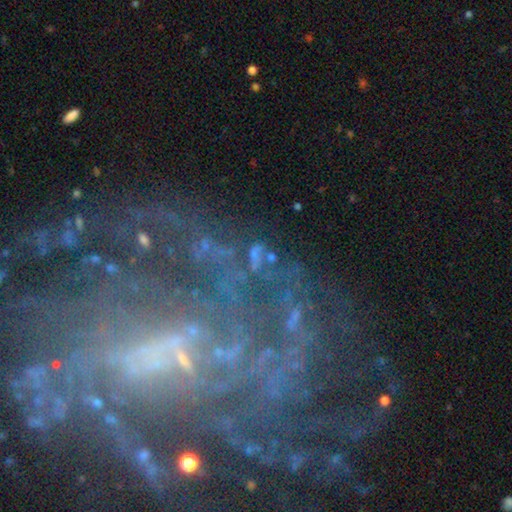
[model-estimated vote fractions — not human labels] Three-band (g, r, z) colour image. It shows a star or artifact, not a galaxy (47%).